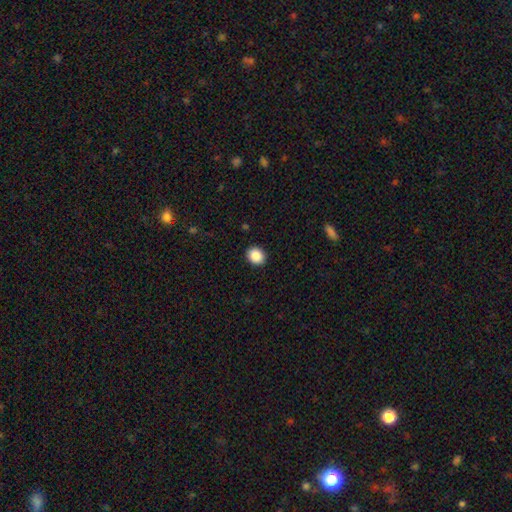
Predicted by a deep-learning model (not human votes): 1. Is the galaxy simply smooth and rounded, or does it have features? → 89% smooth, 8% star or artifact, 3% featured or disk.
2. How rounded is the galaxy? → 64% round, 35% in between, 1% cigar-shaped.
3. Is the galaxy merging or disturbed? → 92% none, 5% minor disturbance, 2% major disturbance, 1% merger.